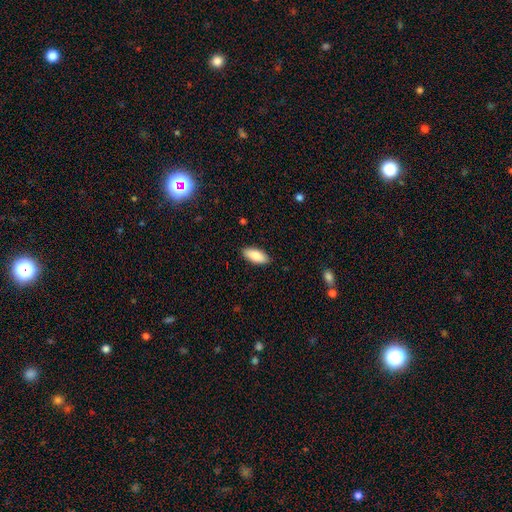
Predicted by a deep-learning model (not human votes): A smooth galaxy with no disk features (85%) that is in between round and cigar-shaped (86%).

Vote fractions:
- Smooth or featured? smooth: 85% / featured or disk: 9% / star or artifact: 6%
- How rounded? in between: 86% / cigar-shaped: 12% / round: 2%
- Merging? none: 89% / minor disturbance: 9% / major disturbance: 2% / merger: 1%